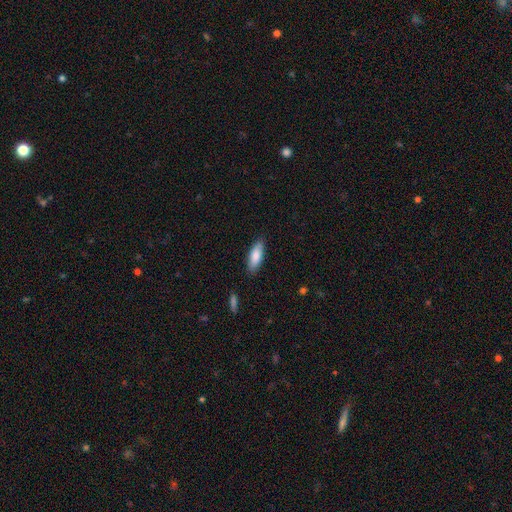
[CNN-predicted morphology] Overall: smooth (82%). How rounded: in between (69%; cigar-shaped 29%). Merging: none (85%).